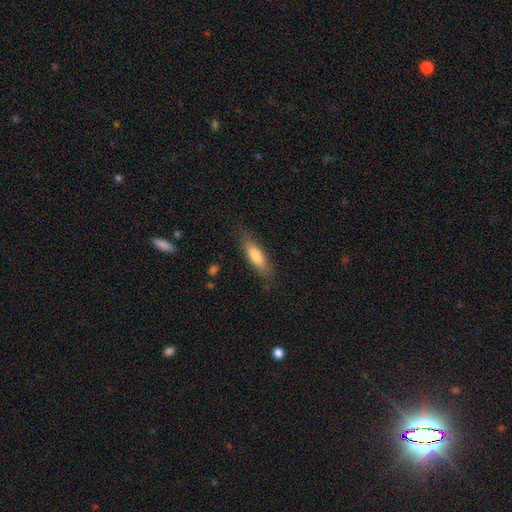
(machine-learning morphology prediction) This is likely a smooth galaxy (75%). How rounded: possibly cigar-shaped (57%). Merging: clearly none (81%).